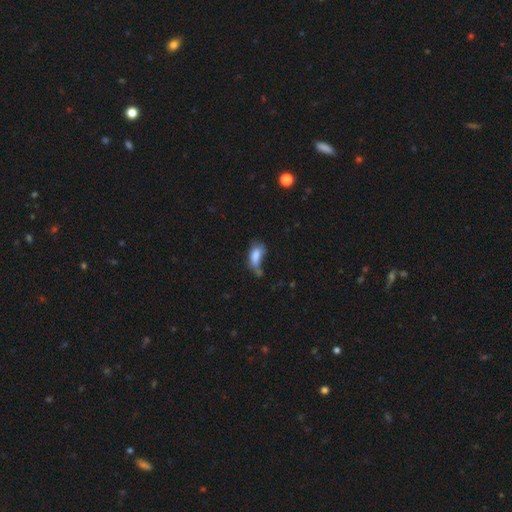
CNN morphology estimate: smooth 73%, featured or disk 17%, star or artifact 10%. Down the decision tree: how rounded — in between (86%); merging — major disturbance (32%).